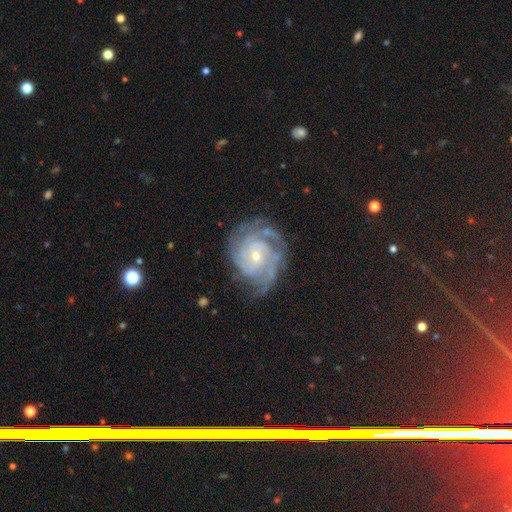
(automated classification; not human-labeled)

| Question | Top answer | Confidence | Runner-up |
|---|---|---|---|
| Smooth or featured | featured or disk | 88% | star or artifact (6%) |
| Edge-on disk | no | 97% | yes (3%) |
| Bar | no | 71% | weak (24%) |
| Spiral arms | yes | 97% | no (3%) |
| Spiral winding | tight | 69% | medium (27%) |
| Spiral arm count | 3 | 25% | tied: can't tell (25%) |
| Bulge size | small | 65% | moderate (31%) |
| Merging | none | 70% | minor disturbance (20%) |